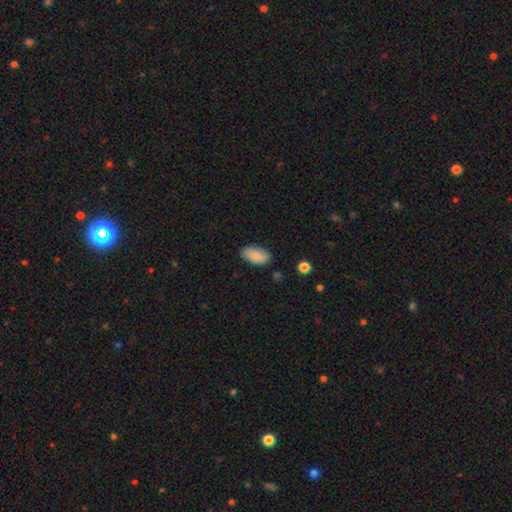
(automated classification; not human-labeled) A smooth galaxy with no disk features (89%) that is in between round and cigar-shaped (95%).

Vote fractions:
- Smooth or featured? smooth: 89% / star or artifact: 7% / featured or disk: 5%
- How rounded? in between: 95% / cigar-shaped: 3% / round: 2%
- Merging? none: 84% / minor disturbance: 12% / major disturbance: 2% / merger: 1%